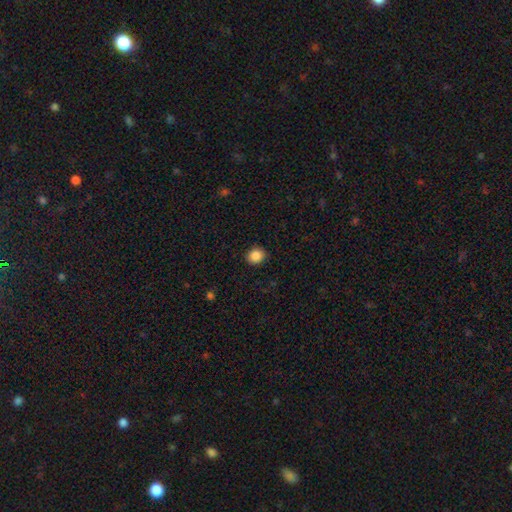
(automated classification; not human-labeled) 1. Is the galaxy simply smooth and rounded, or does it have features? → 86% smooth, 10% star or artifact, 4% featured or disk.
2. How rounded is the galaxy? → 77% round, 22% in between, 1% cigar-shaped.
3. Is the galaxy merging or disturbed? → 90% none, 7% minor disturbance, 2% major disturbance, 1% merger.